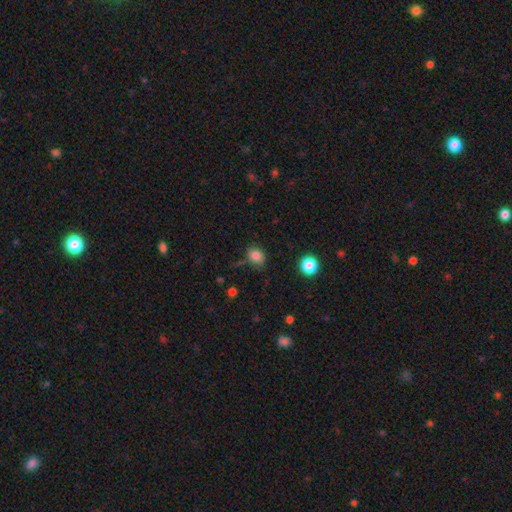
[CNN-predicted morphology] Smooth or featured?
  - smooth: 83% *
  - star or artifact: 12%
  - featured or disk: 5%
How rounded?
  - in between: 56% *
  - round: 43%
  - cigar-shaped: 1%
Merging?
  - none: 69% *
  - minor disturbance: 21%
  - major disturbance: 5%
  - merger: 4%